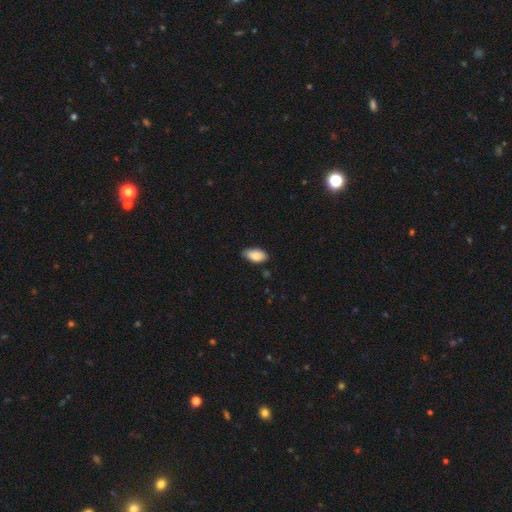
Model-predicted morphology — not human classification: Smooth or featured: smooth — 87% (featured or disk — 6%)
How rounded: in between — 94% (cigar-shaped — 3%)
Merging: none — 77% (minor disturbance — 20%)